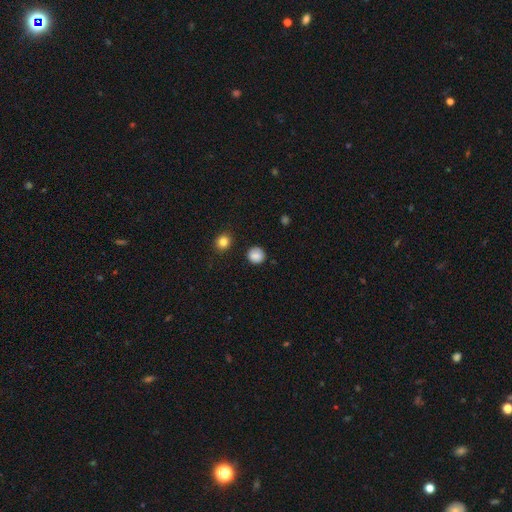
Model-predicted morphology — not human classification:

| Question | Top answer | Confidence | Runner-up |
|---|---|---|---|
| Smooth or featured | smooth | 87% | star or artifact (9%) |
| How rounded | round | 90% | in between (9%) |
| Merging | none | 88% | minor disturbance (8%) |